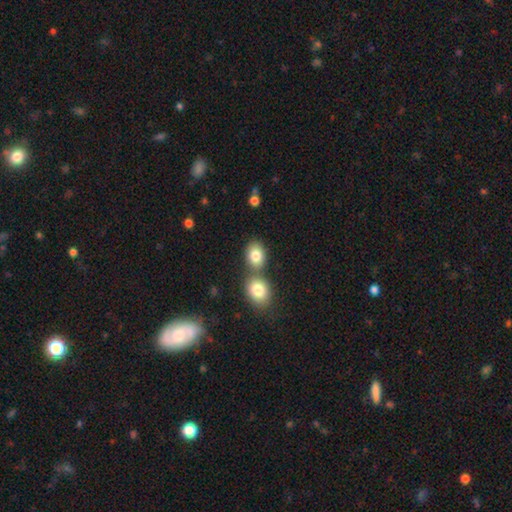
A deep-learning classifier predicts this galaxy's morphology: type=smooth (83%); roundness=in between (62%); merging=none (51%).